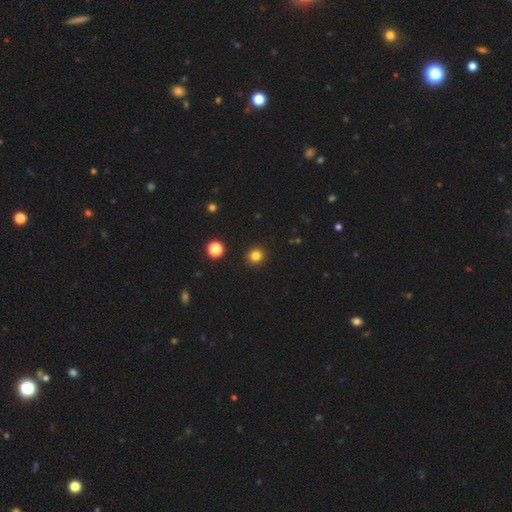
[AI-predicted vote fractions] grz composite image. It shows a smooth galaxy with no disk features (82%) that is round (90%). Merging: none (92%).